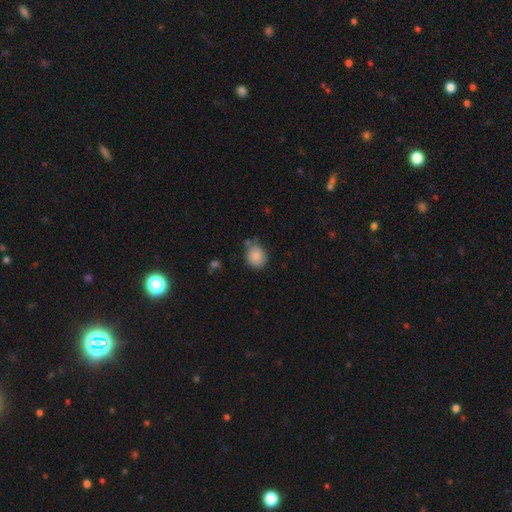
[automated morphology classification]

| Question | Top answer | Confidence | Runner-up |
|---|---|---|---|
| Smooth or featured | smooth | 86% | star or artifact (8%) |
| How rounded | round | 70% | in between (29%) |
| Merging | none | 69% | minor disturbance (20%) |